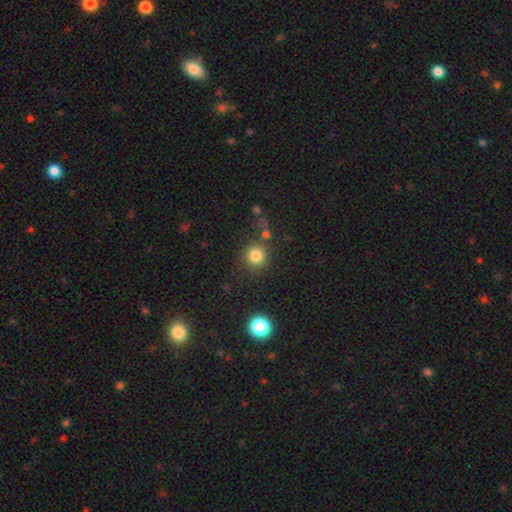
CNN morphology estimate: Smooth or featured? Predicted: smooth (p=0.82). How rounded? Predicted: round (p=0.89). Merging? Predicted: none (p=0.76).